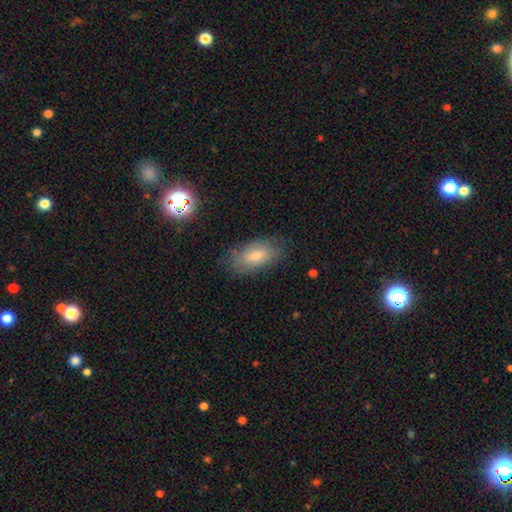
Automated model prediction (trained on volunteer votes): smooth 68%, featured or disk 21%, star or artifact 11%. Down the decision tree: how rounded — in between (89%); merging — none (80%).